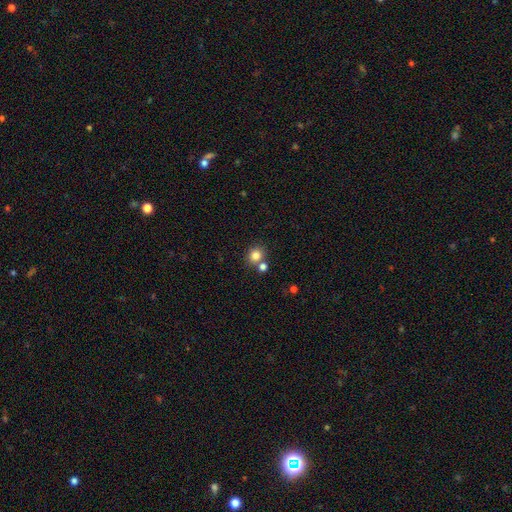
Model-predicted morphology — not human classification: The model was most divided on "merging": none: 66%, merger: 22%, minor disturbance: 8%, major disturbance: 3%. More confident: how rounded — round (82%); smooth or featured — smooth (81%).